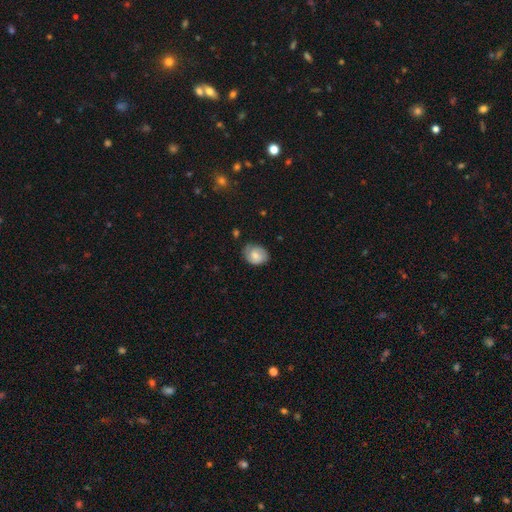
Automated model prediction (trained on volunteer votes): smooth-or-featured: smooth: 65% | featured or disk: 27% | star or artifact: 8%
  how-rounded: in between: 52% | round: 47% | cigar-shaped: 1%
  merging: none: 73% | minor disturbance: 21% | major disturbance: 4% | merger: 2%